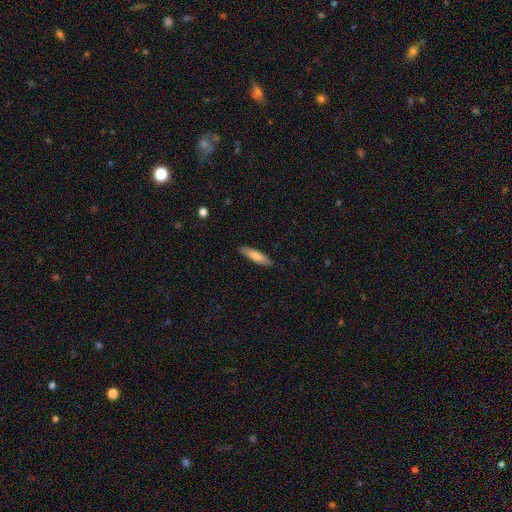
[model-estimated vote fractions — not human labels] Morphology: type=smooth (74%); roundness=cigar-shaped (74%); merging=none (87%).